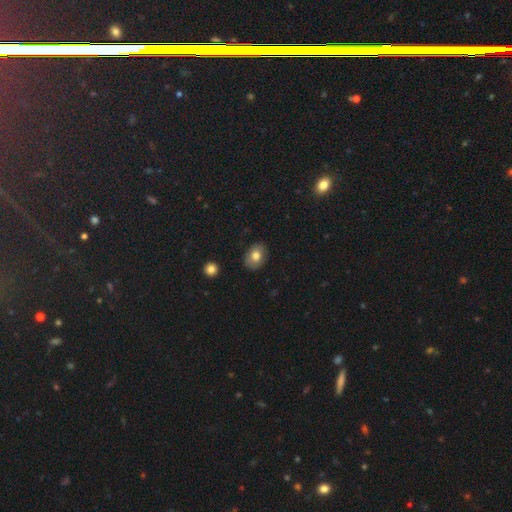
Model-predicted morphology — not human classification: Smooth or featured: smooth — 78% (featured or disk — 14%)
How rounded: in between — 71% (round — 27%)
Merging: none — 86% (minor disturbance — 11%)